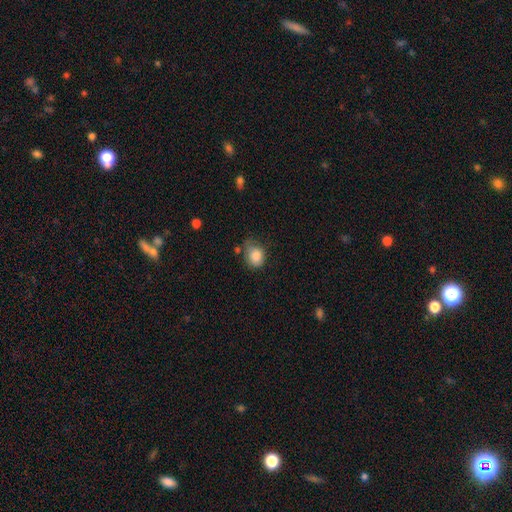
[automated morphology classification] Smooth or featured: smooth — 84% (star or artifact — 8%)
How rounded: round — 55% (in between — 44%)
Merging: none — 48% (minor disturbance — 34%)